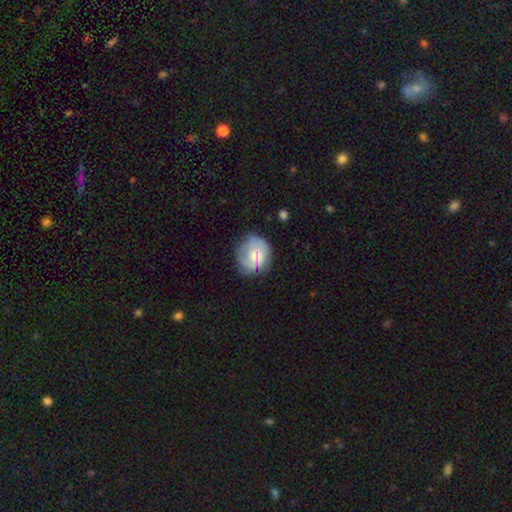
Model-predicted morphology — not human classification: A featured or disk galaxy (47%). Merging: none (59%).